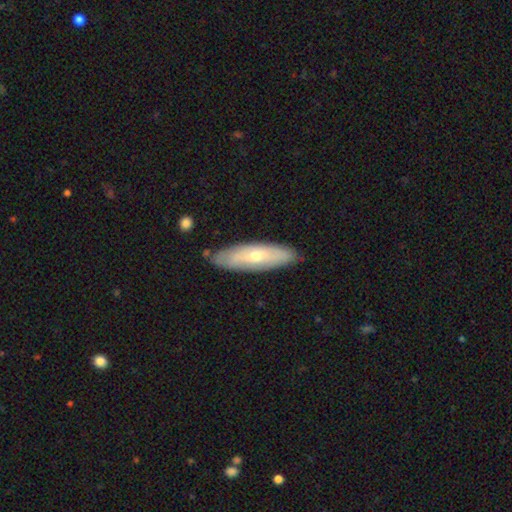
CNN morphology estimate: A smooth galaxy with no disk features (47%, tied with featured or disk).

Vote fractions:
- Smooth or featured? smooth: 47% (tied) / featured or disk: 47% (tied) / star or artifact: 6%
- Merging? none: 83% / minor disturbance: 13% / major disturbance: 2% / merger: 2%